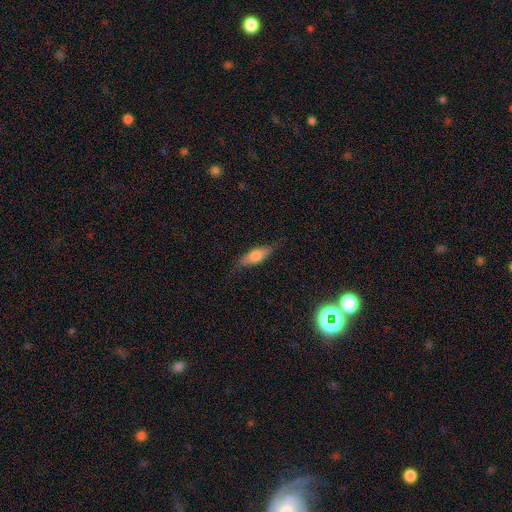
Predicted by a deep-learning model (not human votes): Q: Smooth or featured?
A: smooth (59%); runner-up: featured or disk (35%)
Q: How rounded?
A: in between (59%); runner-up: cigar-shaped (38%)
Q: Merging?
A: none (76%); runner-up: minor disturbance (19%)